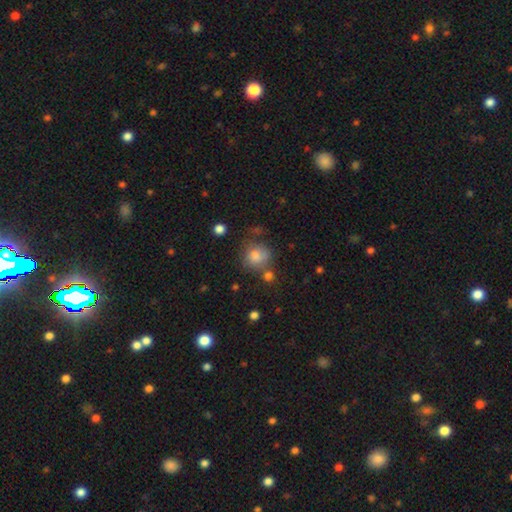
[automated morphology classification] A smooth galaxy with no disk features (79%) that is round (81%).

Vote fractions:
- Smooth or featured? smooth: 79% / star or artifact: 12% / featured or disk: 9%
- How rounded? round: 81% / in between: 18% / cigar-shaped: 1%
- Merging? none: 63% / minor disturbance: 19% / merger: 11% / major disturbance: 8%